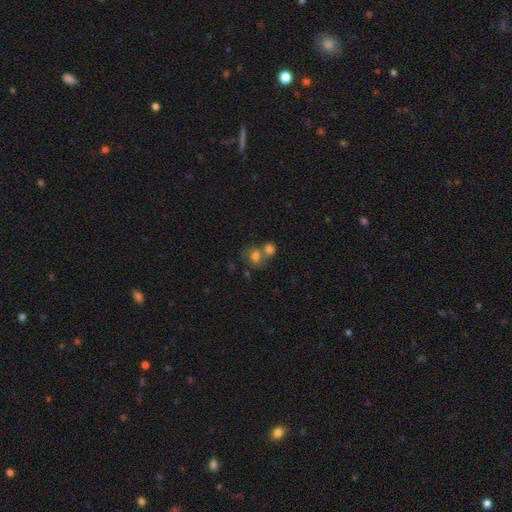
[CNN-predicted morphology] A smooth galaxy with no disk features (64%) that is round (58%). Merging: merger (53%).